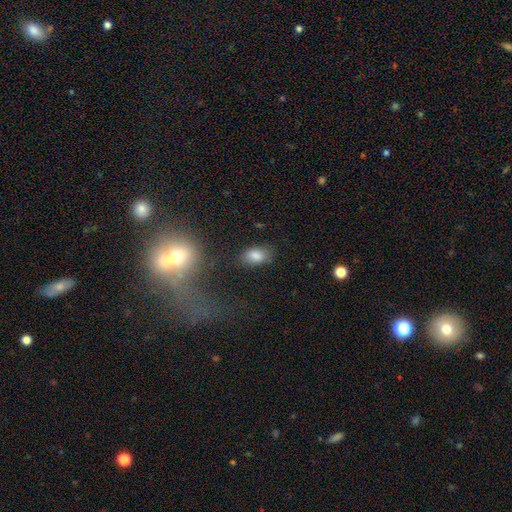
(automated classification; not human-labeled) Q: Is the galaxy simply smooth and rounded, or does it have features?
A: smooth — 84%.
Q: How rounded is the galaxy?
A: in between — 89%.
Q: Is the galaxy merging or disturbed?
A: none — 79%.